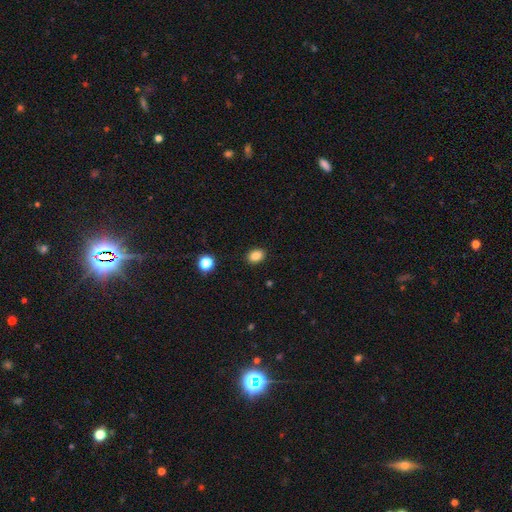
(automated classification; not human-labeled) Smooth or featured? Predicted: smooth (p=0.85). How rounded? Predicted: in between (p=0.62). Merging? Predicted: none (p=0.90).